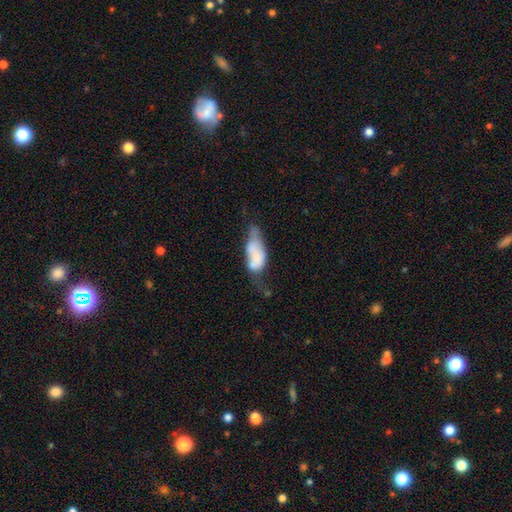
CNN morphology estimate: Smooth or featured?
  - smooth: 59% *
  - featured or disk: 32%
  - star or artifact: 9%
How rounded?
  - in between: 84% *
  - cigar-shaped: 13%
  - round: 3%
Merging?
  - major disturbance: 30% *
  - minor disturbance: 26%
  - merger: 24%
  - none: 20%